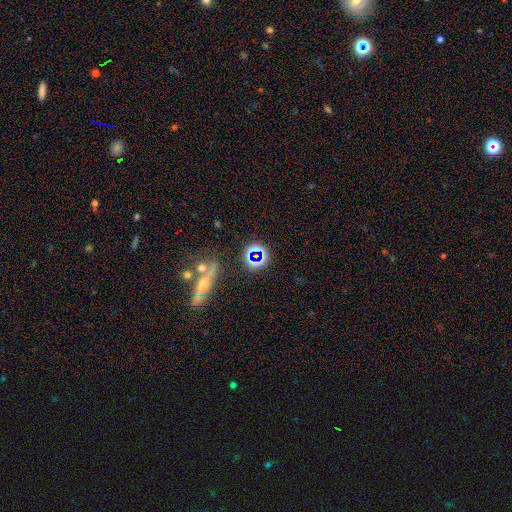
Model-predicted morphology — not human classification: smooth-or-featured: star or artifact: 58% | smooth: 29% | featured or disk: 13%